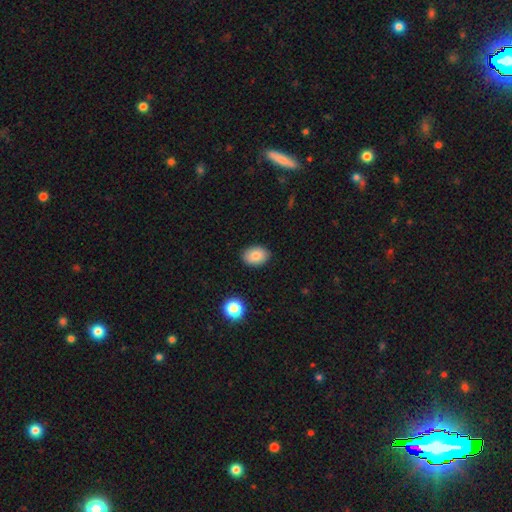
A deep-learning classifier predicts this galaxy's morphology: smooth-or-featured: smooth: 85% | star or artifact: 8% | featured or disk: 7%
  how-rounded: in between: 78% | round: 21% | cigar-shaped: 1%
  merging: none: 88% | minor disturbance: 9% | major disturbance: 2% | merger: 1%